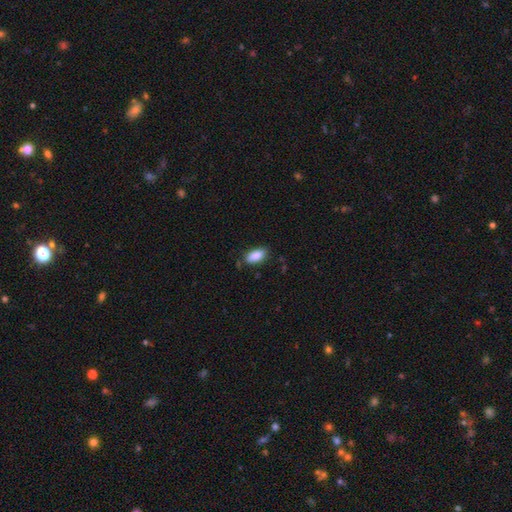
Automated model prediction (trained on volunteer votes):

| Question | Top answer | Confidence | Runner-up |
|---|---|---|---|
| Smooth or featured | smooth | 88% | star or artifact (7%) |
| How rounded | in between | 90% | cigar-shaped (7%) |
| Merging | none | 80% | minor disturbance (15%) |